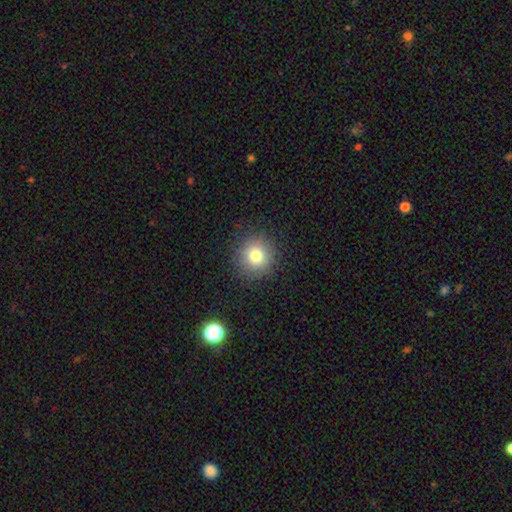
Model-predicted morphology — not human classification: The model was most divided on "smooth or featured": smooth: 78%, star or artifact: 13%, featured or disk: 9%. More confident: how rounded — round (93%); merging — none (89%).